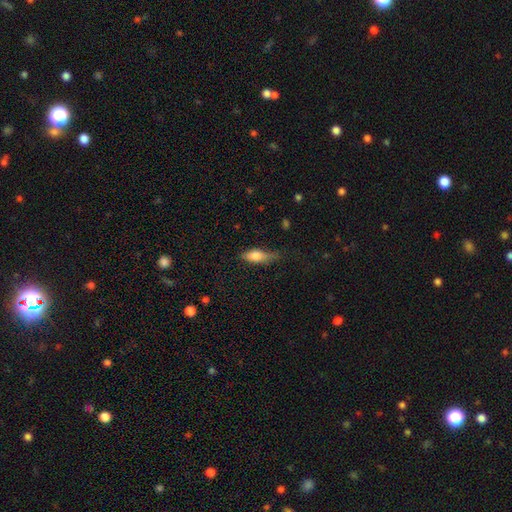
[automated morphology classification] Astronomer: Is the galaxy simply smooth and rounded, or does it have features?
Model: smooth — 76%.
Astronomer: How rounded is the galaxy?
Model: in between — 69%.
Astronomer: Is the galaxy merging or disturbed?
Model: none — 47% (runner-up: minor disturbance, 37%).